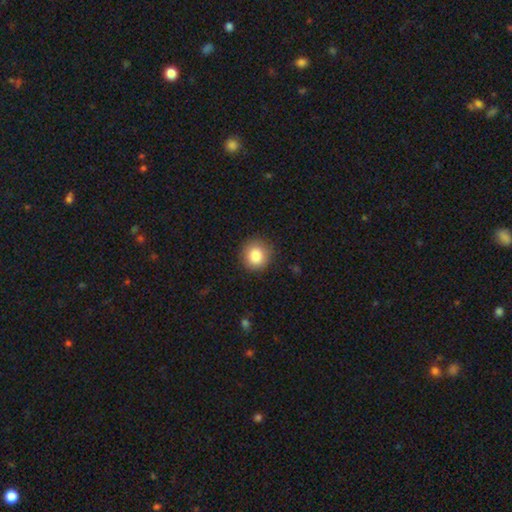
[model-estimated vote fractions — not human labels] Q: Smooth or featured?
A: smooth (86%); runner-up: star or artifact (9%)
Q: How rounded?
A: round (91%); runner-up: in between (8%)
Q: Merging?
A: none (88%); runner-up: minor disturbance (8%)